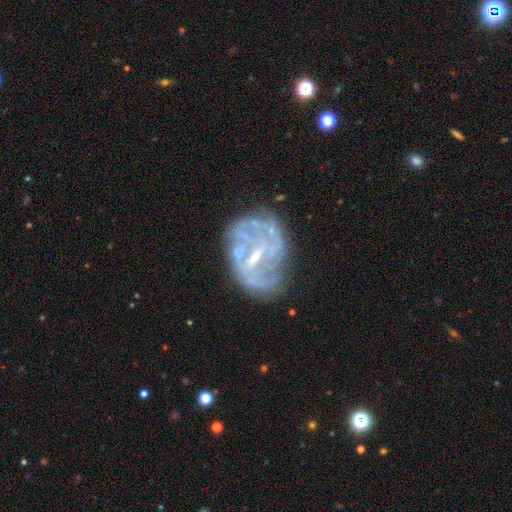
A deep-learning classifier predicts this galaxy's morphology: Q: Smooth or featured?
A: featured or disk (80%); runner-up: smooth (10%)
Q: Edge-on disk?
A: no (97%); runner-up: yes (3%)
Q: Bar?
A: weak (50%); runner-up: no (26%)
Q: Spiral arms?
A: yes (73%); runner-up: no (27%)
Q: Spiral winding?
A: tight (43%); runner-up: medium (36%)
Q: Spiral arm count?
A: can't tell (46%); runner-up: 2 (20%)
Q: Bulge size?
A: small (60%); runner-up: moderate (31%)
Q: Merging?
A: none (55%); runner-up: minor disturbance (22%)